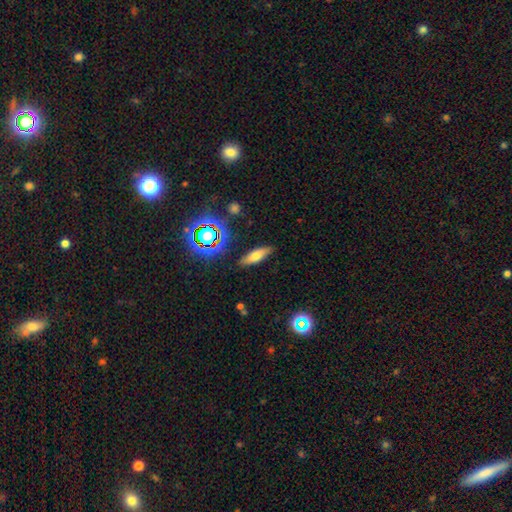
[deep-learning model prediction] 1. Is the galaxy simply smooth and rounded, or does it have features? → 63% smooth, 24% featured or disk, 13% star or artifact.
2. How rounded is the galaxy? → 50% in between, 46% cigar-shaped, 4% round.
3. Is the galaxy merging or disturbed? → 84% none, 11% minor disturbance, 3% major disturbance, 2% merger.